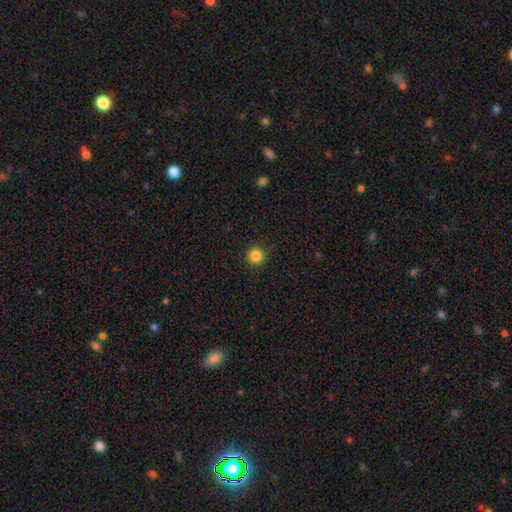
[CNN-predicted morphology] This is clearly a smooth galaxy (85%). How rounded: clearly round (95%). Merging: clearly none (92%).